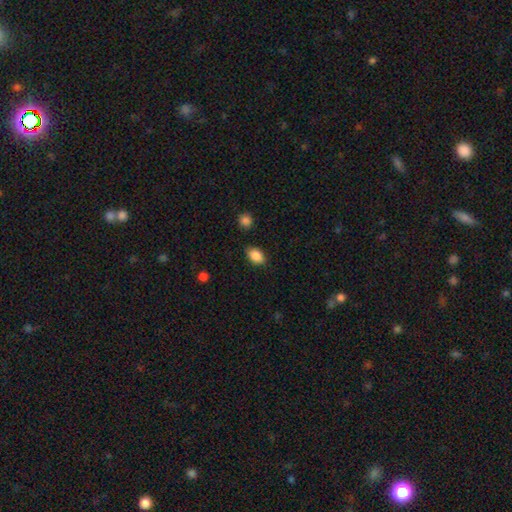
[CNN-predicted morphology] Smooth or featured? Predicted: smooth (p=0.88). How rounded? Predicted: in between (p=0.83). Merging? Predicted: none (p=0.83).